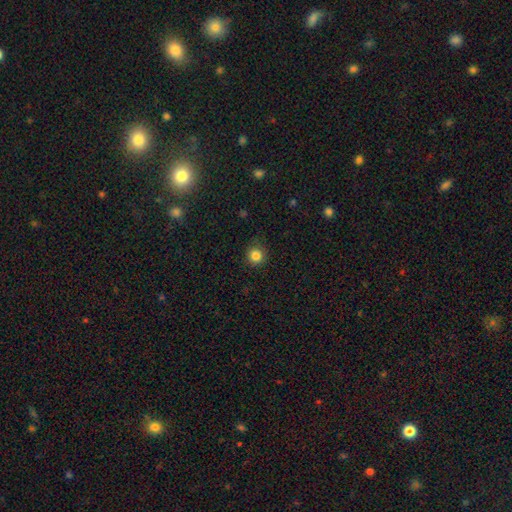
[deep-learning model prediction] Smooth or featured? Predicted: smooth (p=0.83). How rounded? Predicted: round (p=0.92). Merging? Predicted: none (p=0.87).